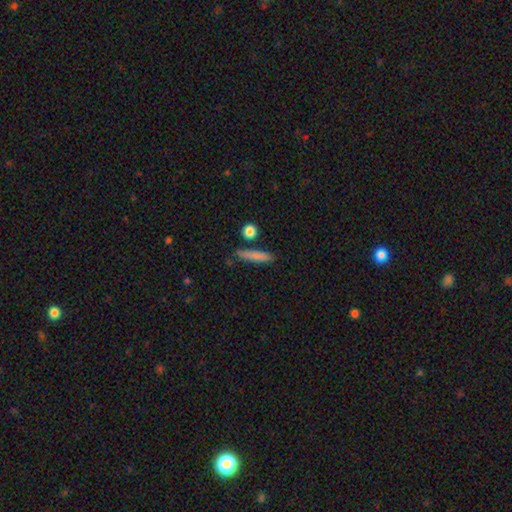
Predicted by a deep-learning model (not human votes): This appears to be a smooth galaxy with no disk features (79%) that is cigar-shaped (85%). Merging: none (82%).